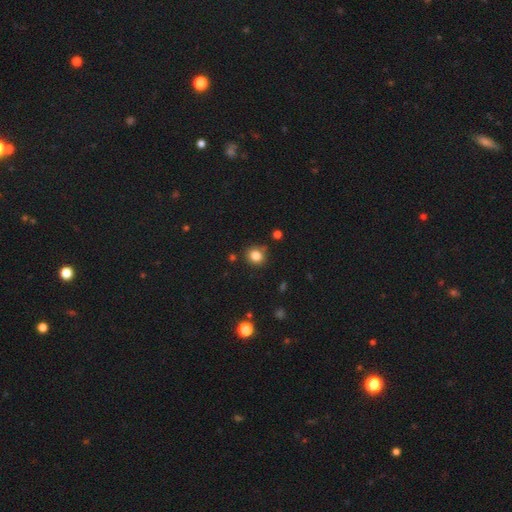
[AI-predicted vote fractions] smooth_or_featured: smooth (p=0.82) [alt: star or artifact p=0.12]
how_rounded: round (p=0.81) [alt: in between p=0.18]
merging: none (p=0.81) [alt: minor disturbance p=0.12]